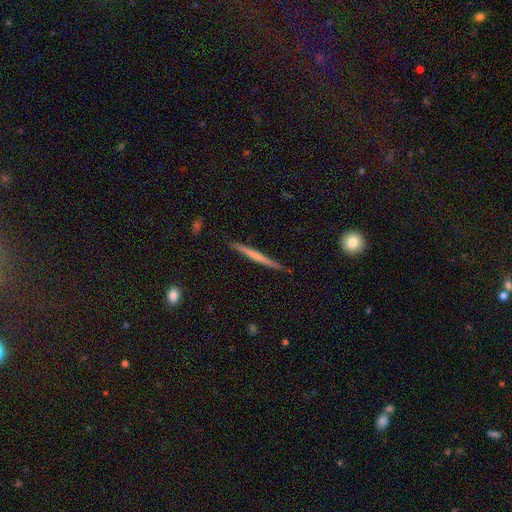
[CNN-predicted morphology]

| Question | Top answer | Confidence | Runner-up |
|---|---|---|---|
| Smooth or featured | featured or disk | 51% | smooth (44%) |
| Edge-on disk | yes | 98% | no (2%) |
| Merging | none | 89% | minor disturbance (9%) |